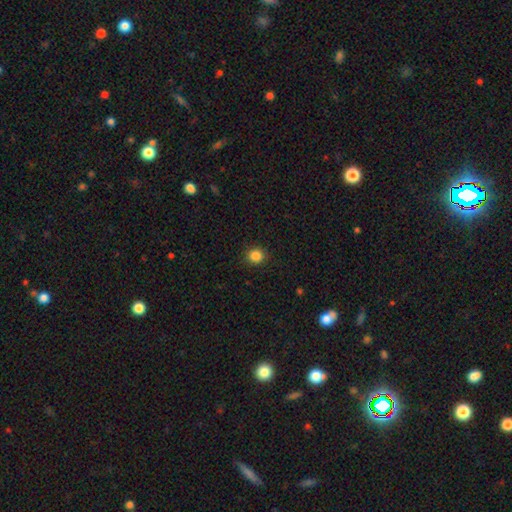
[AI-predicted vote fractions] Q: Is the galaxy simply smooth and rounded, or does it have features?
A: smooth — 86%.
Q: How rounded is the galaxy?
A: round — 87%.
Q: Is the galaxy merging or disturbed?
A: none — 91%.